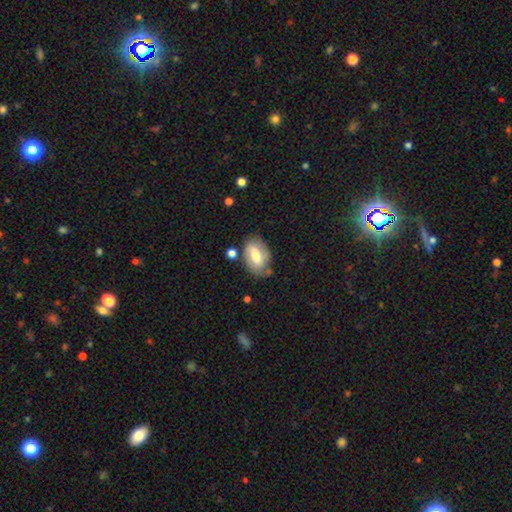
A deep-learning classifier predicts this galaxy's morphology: smooth-or-featured: smooth: 61% | featured or disk: 33% | star or artifact: 7%
  how-rounded: in between: 89% | round: 8% | cigar-shaped: 3%
  merging: none: 68% | minor disturbance: 20% | merger: 6% | major disturbance: 6%